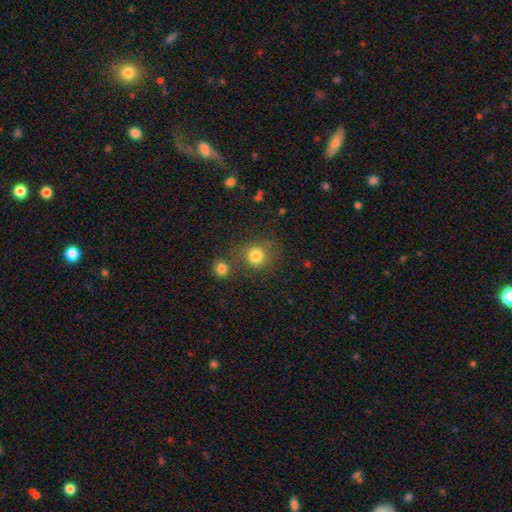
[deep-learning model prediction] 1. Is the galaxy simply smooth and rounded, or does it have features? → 81% smooth, 13% star or artifact, 6% featured or disk.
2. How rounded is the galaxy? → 87% round, 12% in between, 1% cigar-shaped.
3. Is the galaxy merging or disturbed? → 68% none, 17% merger, 10% minor disturbance, 5% major disturbance.